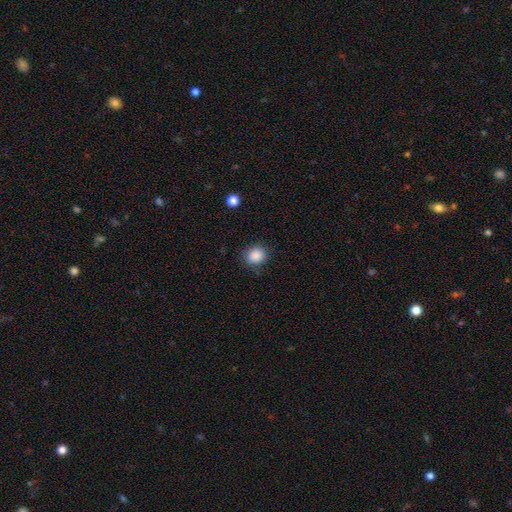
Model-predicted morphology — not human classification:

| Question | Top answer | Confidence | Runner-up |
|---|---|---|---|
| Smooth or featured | smooth | 87% | star or artifact (10%) |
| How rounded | round | 78% | in between (21%) |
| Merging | none | 83% | minor disturbance (12%) |